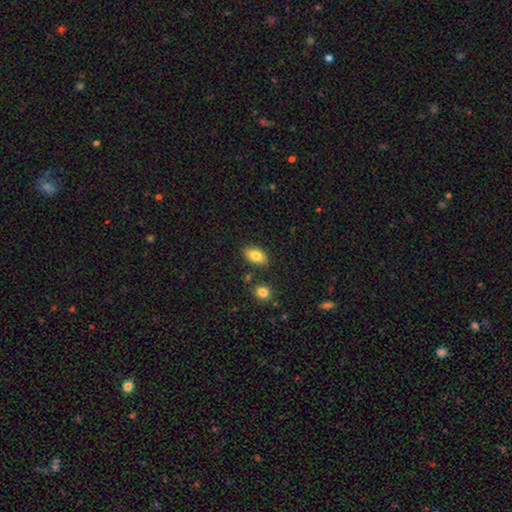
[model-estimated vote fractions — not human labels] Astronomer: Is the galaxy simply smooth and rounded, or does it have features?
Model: smooth — 82%.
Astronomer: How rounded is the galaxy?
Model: in between — 91%.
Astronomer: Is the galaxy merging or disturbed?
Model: none — 82%.